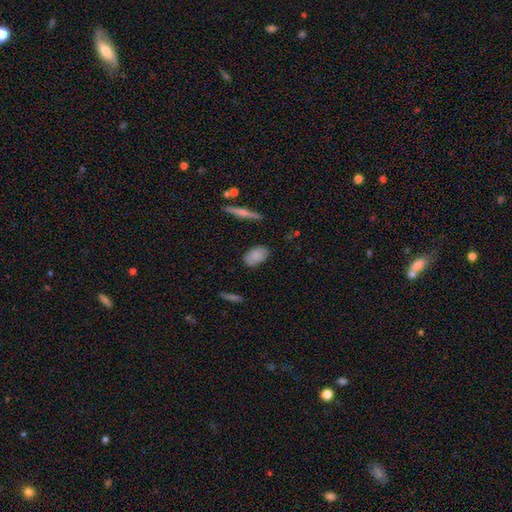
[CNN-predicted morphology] smooth-or-featured: smooth: 84% | featured or disk: 9% | star or artifact: 7%
  how-rounded: in between: 90% | round: 7% | cigar-shaped: 3%
  merging: none: 82% | minor disturbance: 13% | major disturbance: 3% | merger: 2%